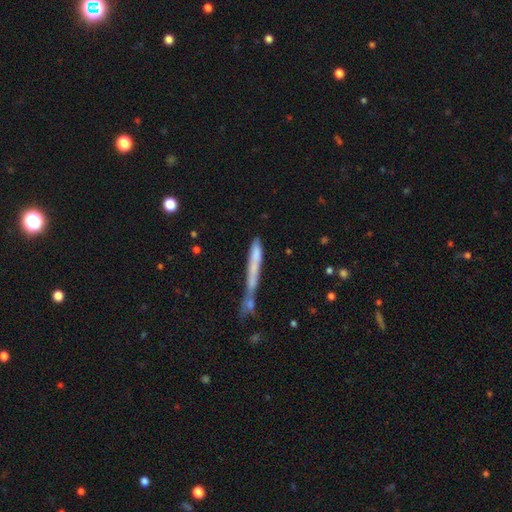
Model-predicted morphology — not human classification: A smooth galaxy with no disk features (61%) that is cigar-shaped (92%).

Vote fractions:
- Smooth or featured? smooth: 61% / featured or disk: 30% / star or artifact: 9%
- How rounded? cigar-shaped: 92% / in between: 6% / round: 2%
- Merging? none: 38% / merger: 36% / minor disturbance: 16% / major disturbance: 10%